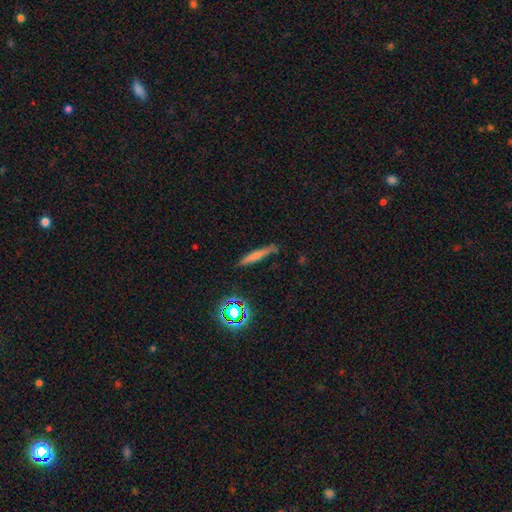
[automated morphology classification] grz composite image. It shows a smooth galaxy with no disk features (60%) that is cigar-shaped (90%). Merging: none (76%).